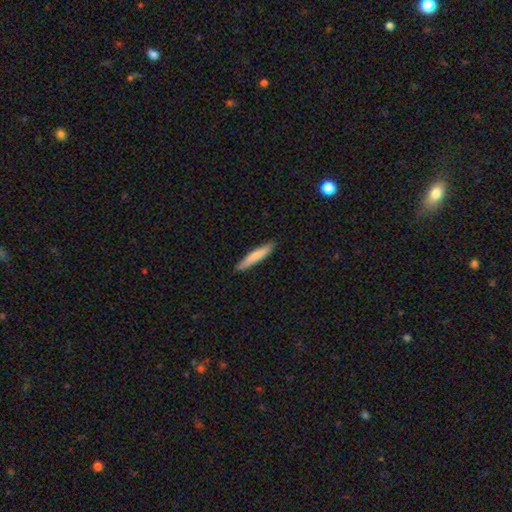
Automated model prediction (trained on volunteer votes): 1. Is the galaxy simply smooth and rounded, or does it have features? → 74% smooth, 20% featured or disk, 5% star or artifact.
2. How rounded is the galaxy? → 92% cigar-shaped, 7% in between, 1% round.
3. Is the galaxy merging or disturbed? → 89% none, 9% minor disturbance, 2% major disturbance, 1% merger.